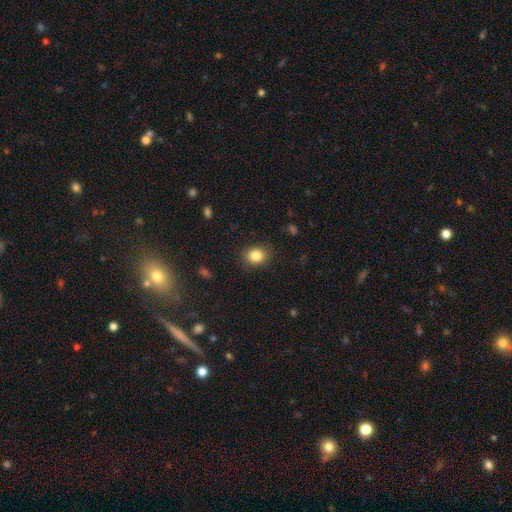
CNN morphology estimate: A smooth galaxy with no disk features (85%) that is round (62%). Merging: none (87%).